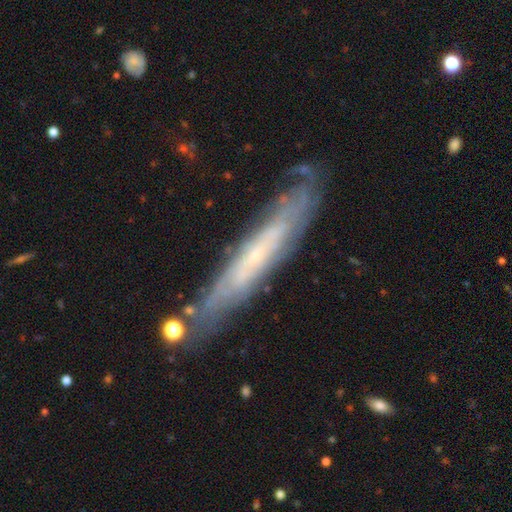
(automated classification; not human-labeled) Smooth or featured?
  - featured or disk: 69% *
  - smooth: 24%
  - star or artifact: 7%
Edge-on disk?
  - yes: 60% *
  - no: 40%
Merging?
  - none: 78% *
  - minor disturbance: 15%
  - major disturbance: 4%
  - merger: 3%